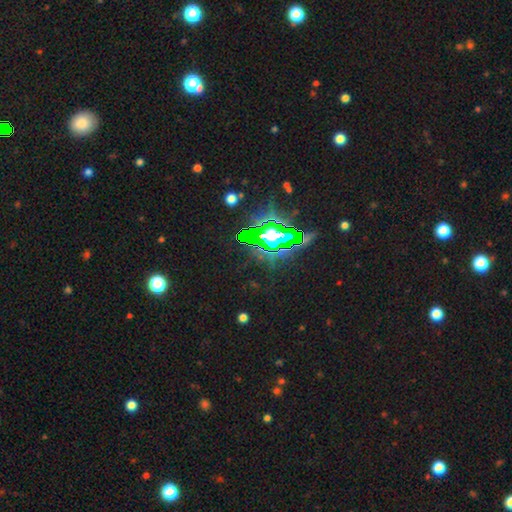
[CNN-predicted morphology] Smooth or featured? Predicted: star or artifact (p=0.79).